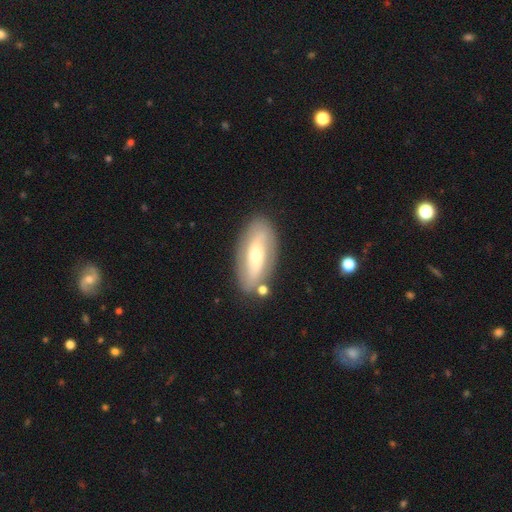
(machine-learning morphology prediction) featured or disk 63%, smooth 30%, star or artifact 6%. Down the decision tree: edge-on disk — no (87%); bar — no (51%); spiral arms — yes (68%); bulge size — small (55%); merging — none (79%).